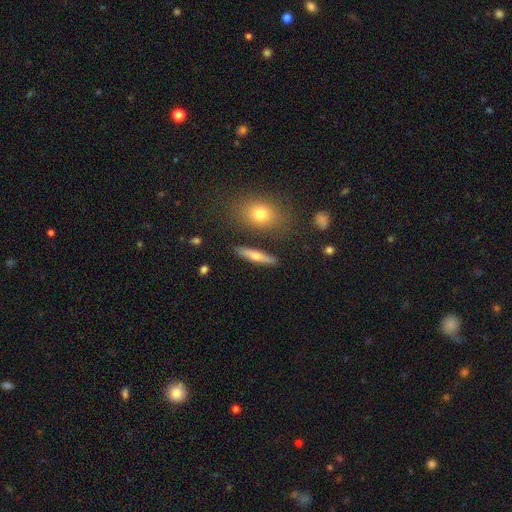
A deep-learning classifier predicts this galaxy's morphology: This is possibly a smooth galaxy (55%). How rounded: likely cigar-shaped (74%). Merging: clearly none (84%).